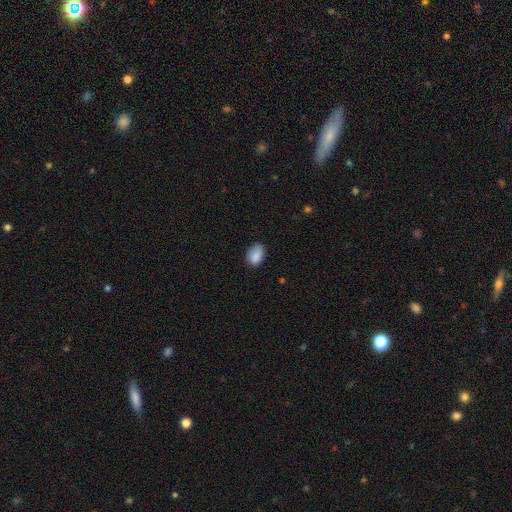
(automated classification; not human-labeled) Morphology: type=smooth (87%); roundness=in between (83%); merging=none (73%).